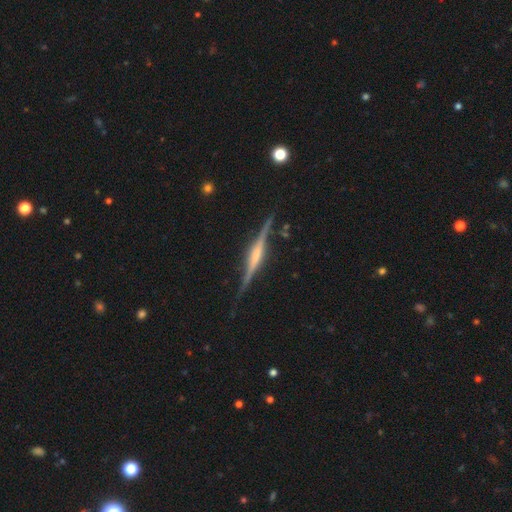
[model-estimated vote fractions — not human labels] smooth-or-featured: featured or disk: 83% | smooth: 12% | star or artifact: 6%
  disk-edge-on: yes: 98% | no: 2%
    edge-on-bulge: rounded: 51% | boxy: 33% | none: 15%
  merging: none: 84% | minor disturbance: 12% | major disturbance: 3% | merger: 2%